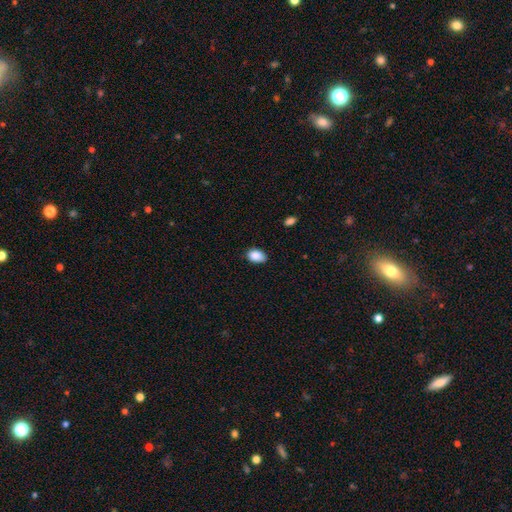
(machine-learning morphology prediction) The model was most divided on "merging": none: 76%, minor disturbance: 20%, major disturbance: 3%, merger: 1%. More confident: smooth or featured — smooth (89%); how rounded — in between (86%).